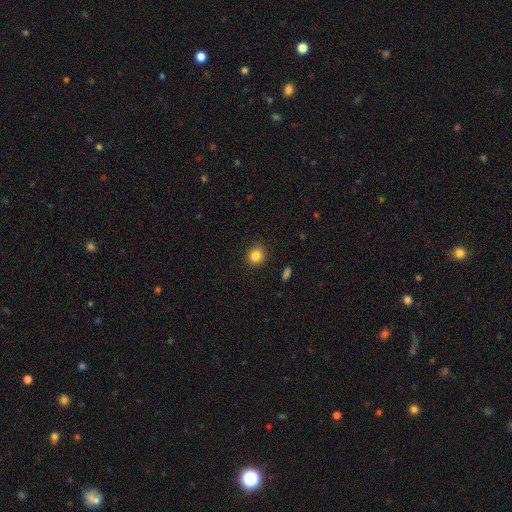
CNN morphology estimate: type=smooth (85%); roundness=round (71%); merging=none (88%).